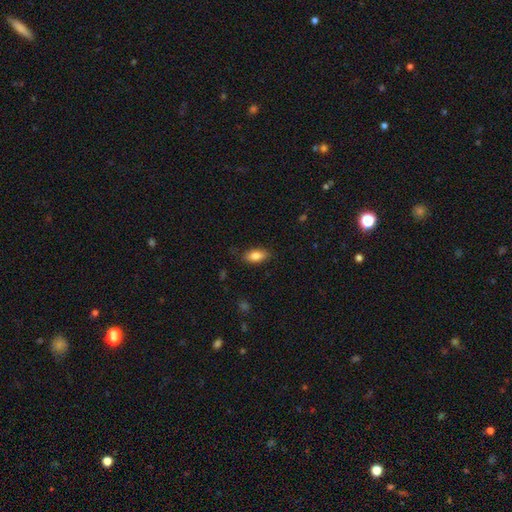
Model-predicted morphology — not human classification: smooth 82%, featured or disk 11%, star or artifact 7%. Down the decision tree: how rounded — in between (88%); merging — none (83%).